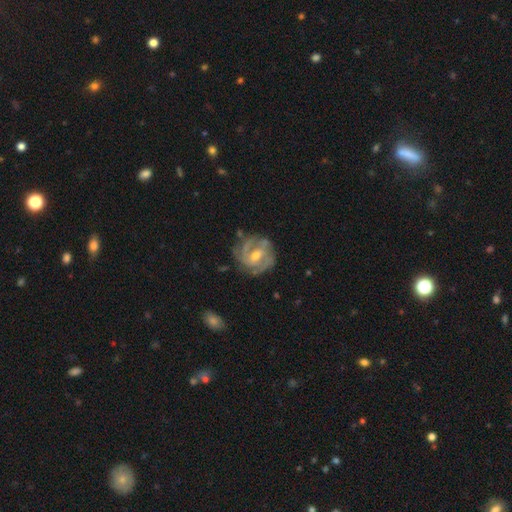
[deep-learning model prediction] Smooth or featured? Predicted: featured or disk (p=0.85). Edge-on disk? Predicted: no (p=0.98). Bar? Predicted: weak (p=0.51). Spiral arms? Predicted: yes (p=0.93). Spiral winding? Predicted: tight (p=0.53). Spiral arm count? Predicted: 2 (p=0.37). Bulge size? Predicted: moderate (p=0.61). Merging? Predicted: none (p=0.72).